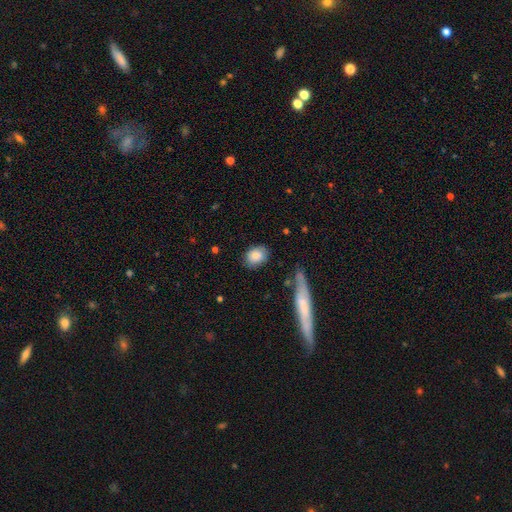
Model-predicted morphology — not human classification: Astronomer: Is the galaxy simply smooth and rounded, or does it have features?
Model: smooth — 83%.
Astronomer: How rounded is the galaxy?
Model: in between — 59% (runner-up: round, 39%).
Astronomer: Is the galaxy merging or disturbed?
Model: none — 78%.